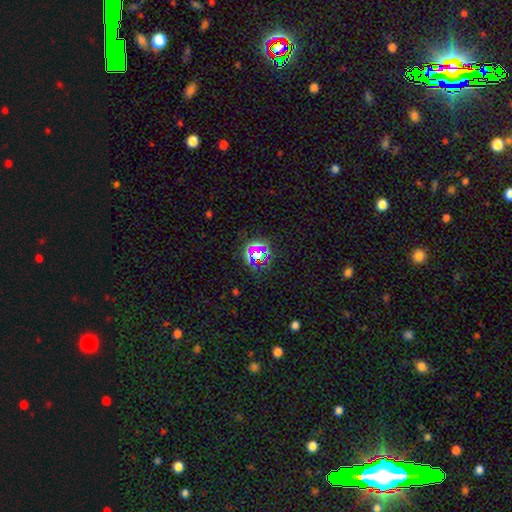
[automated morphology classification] Smooth or featured?
  - star or artifact: 64% *
  - smooth: 25%
  - featured or disk: 11%